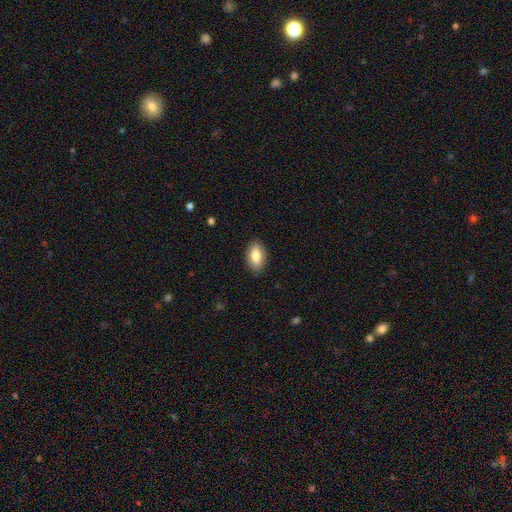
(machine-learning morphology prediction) Smooth or featured? Predicted: smooth (p=0.79). How rounded? Predicted: in between (p=0.92). Merging? Predicted: none (p=0.87).